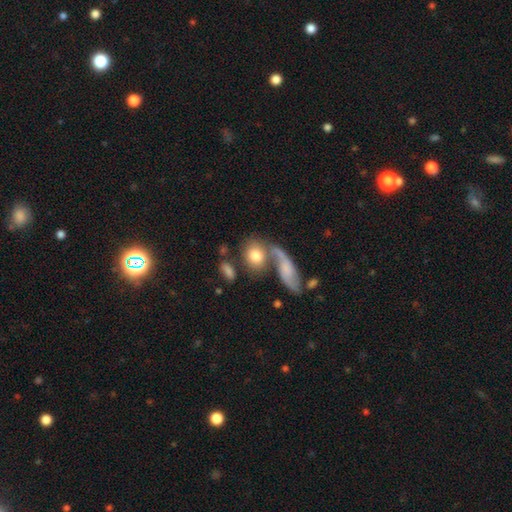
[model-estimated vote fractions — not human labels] This is likely a smooth galaxy (73%). How rounded: possibly in between (57%). Merging: marginally none (40%).